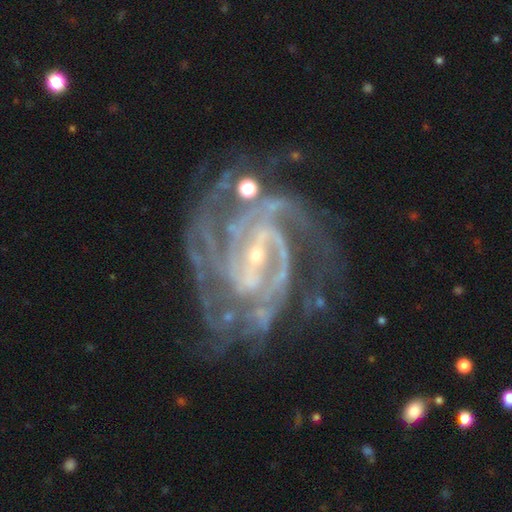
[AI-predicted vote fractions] This appears to be a featured or disk galaxy (92%) with a weak bar (41%), 2 (24%) tight (60%) spiral arms (98%) and a small central bulge (82%). Merging: none (61%).